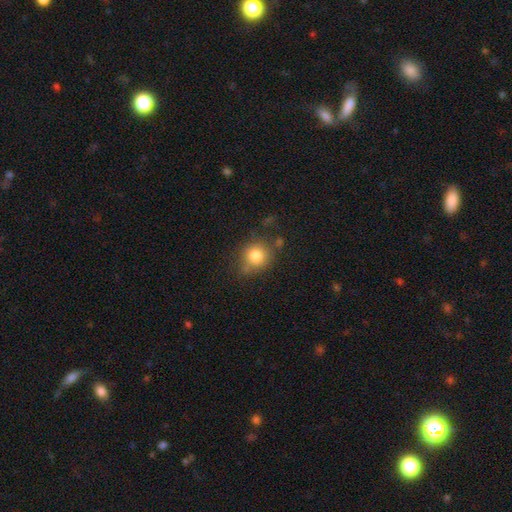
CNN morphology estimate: This appears to be a smooth galaxy with no disk features (81%) that is round (81%). Merging: none (66%).